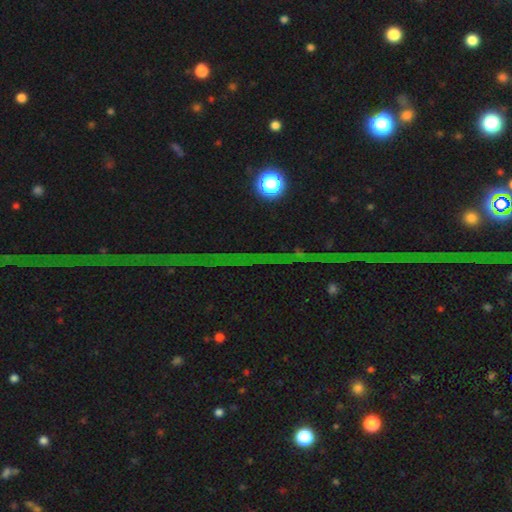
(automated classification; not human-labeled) Overall: star or artifact (74%).